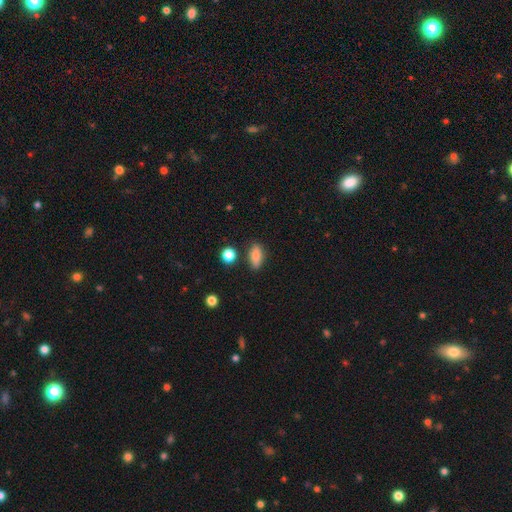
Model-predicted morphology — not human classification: smooth-or-featured: smooth: 83% | featured or disk: 9% | star or artifact: 9%
  how-rounded: in between: 78% | cigar-shaped: 14% | round: 7%
  merging: none: 80% | minor disturbance: 14% | merger: 3% | major disturbance: 3%